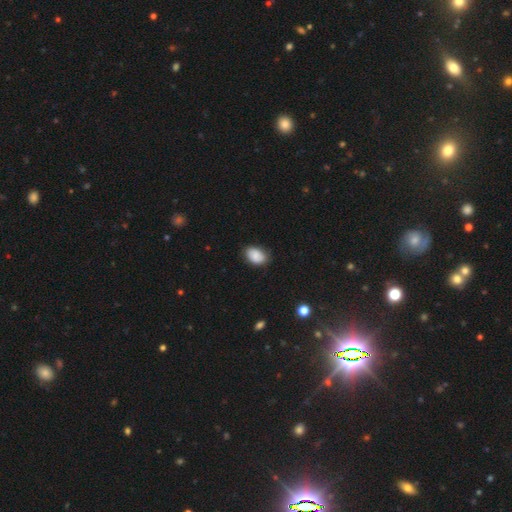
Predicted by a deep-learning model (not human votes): Q: Smooth or featured?
A: smooth (85%); runner-up: star or artifact (8%)
Q: How rounded?
A: in between (83%); runner-up: round (16%)
Q: Merging?
A: none (75%); runner-up: minor disturbance (20%)